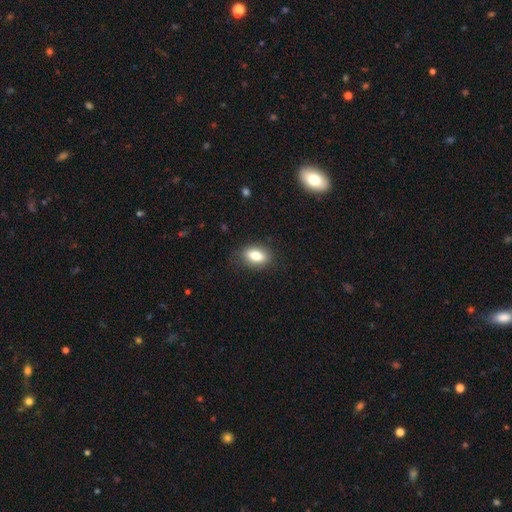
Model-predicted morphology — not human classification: This appears to be a smooth galaxy with no disk features (77%) that is in between round and cigar-shaped (83%). Merging: none (82%).